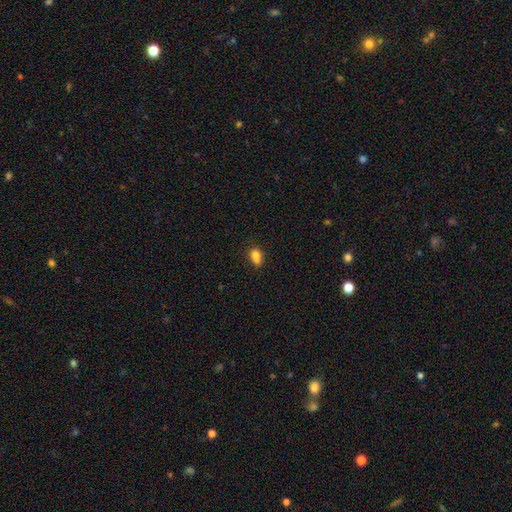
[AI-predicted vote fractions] smooth_or_featured: smooth (p=0.75) [alt: featured or disk p=0.13]
how_rounded: in between (p=0.67) [alt: round p=0.29]
merging: none (p=0.40) [alt: merger p=0.28]